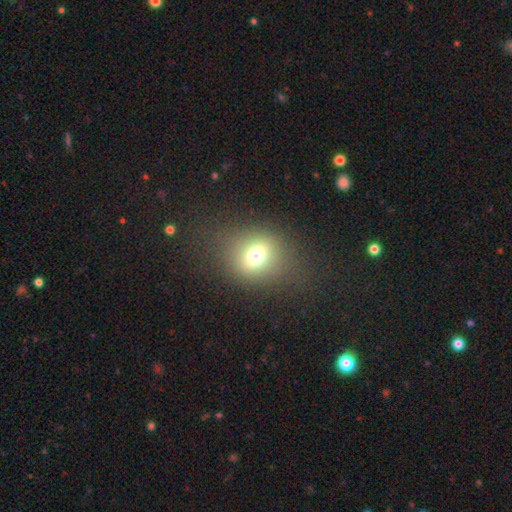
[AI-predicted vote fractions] Smooth or featured?
  - smooth: 71% *
  - star or artifact: 16%
  - featured or disk: 13%
How rounded?
  - round: 61% *
  - in between: 38%
  - cigar-shaped: 2%
Merging?
  - none: 77% *
  - minor disturbance: 12%
  - major disturbance: 9%
  - merger: 2%